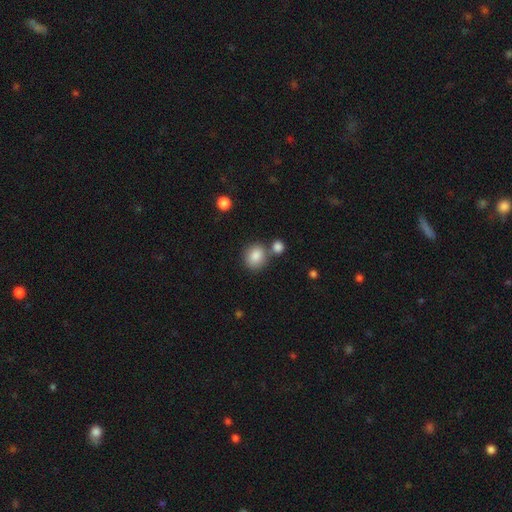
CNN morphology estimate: smooth_or_featured: smooth (p=0.85) [alt: star or artifact p=0.09]
how_rounded: round (p=0.69) [alt: in between p=0.30]
merging: none (p=0.61) [alt: merger p=0.24]